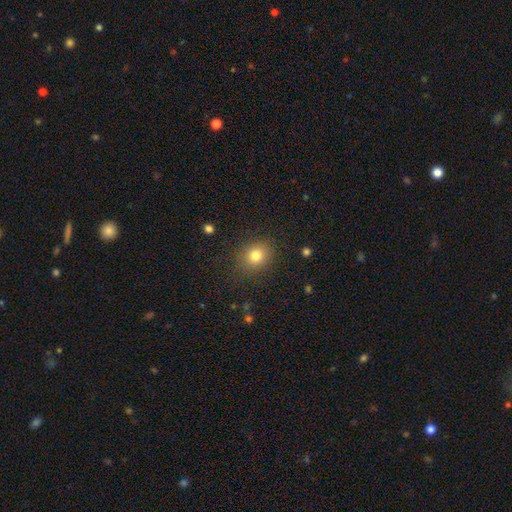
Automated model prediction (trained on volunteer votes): Q: Smooth or featured?
A: smooth (80%); runner-up: star or artifact (12%)
Q: How rounded?
A: round (69%); runner-up: in between (30%)
Q: Merging?
A: none (86%); runner-up: minor disturbance (10%)